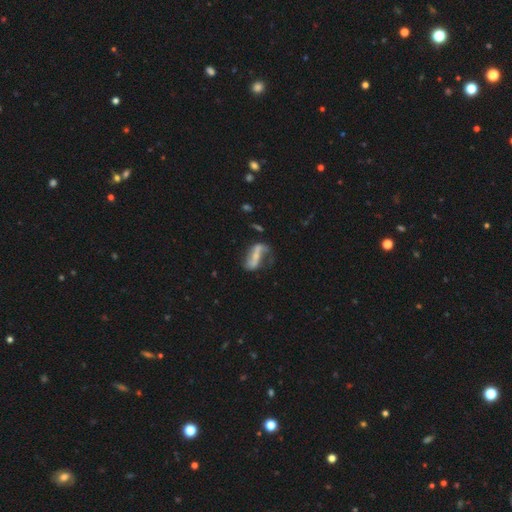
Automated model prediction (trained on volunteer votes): Smooth or featured: featured or disk — 69% (smooth — 23%)
Edge-on disk: no — 90% (yes — 10%)
Bar: strong — 48% (weak — 26%)
Spiral arms: yes — 79% (no — 21%)
Bulge size: small — 48% (none — 31%)
Merging: none — 44% (major disturbance — 25%)